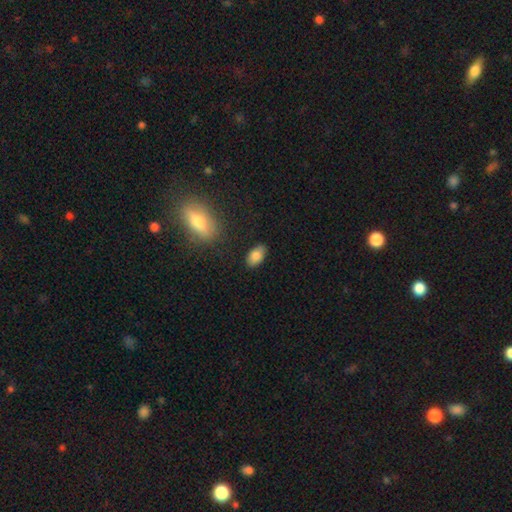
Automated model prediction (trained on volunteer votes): This appears to be a smooth galaxy with no disk features (83%) that is in between round and cigar-shaped (92%). Merging: none (84%).